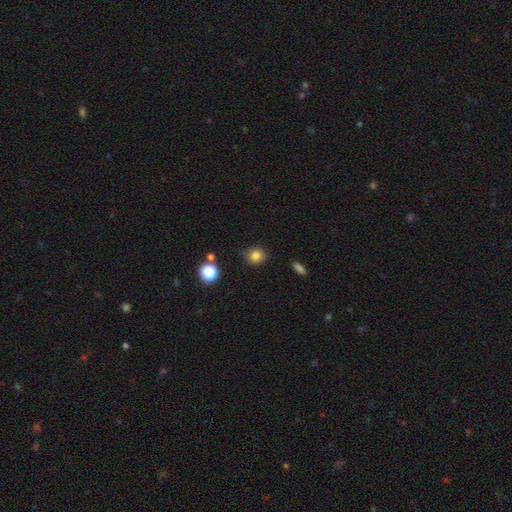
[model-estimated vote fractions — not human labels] smooth_or_featured: smooth (p=0.83) [alt: star or artifact p=0.12]
how_rounded: round (p=0.82) [alt: in between p=0.17]
merging: none (p=0.83) [alt: minor disturbance p=0.12]